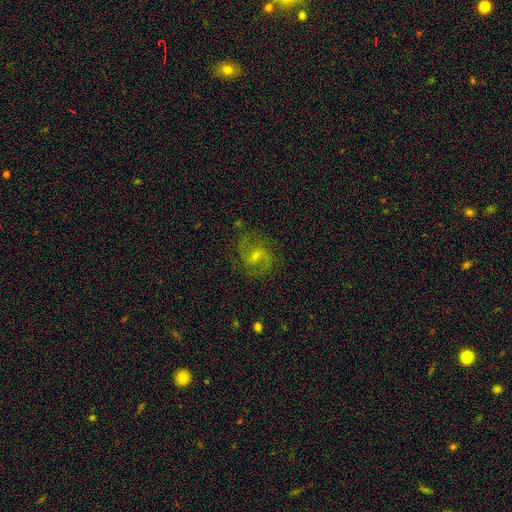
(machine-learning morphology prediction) type=featured or disk (81%); edge-on=no (98%); bar=weak (57%); spiral arms=yes (96%); winding=medium (57%); arm count=2 (89%); bulge=small (56%); merging=none (77%).